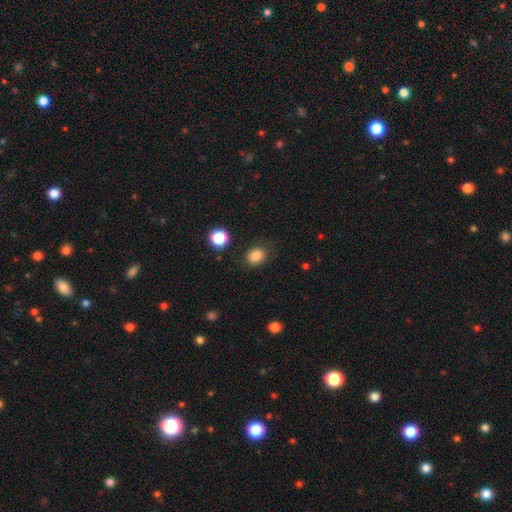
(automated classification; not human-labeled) A smooth galaxy with no disk features (85%) that is round (58%). Merging: none (82%).